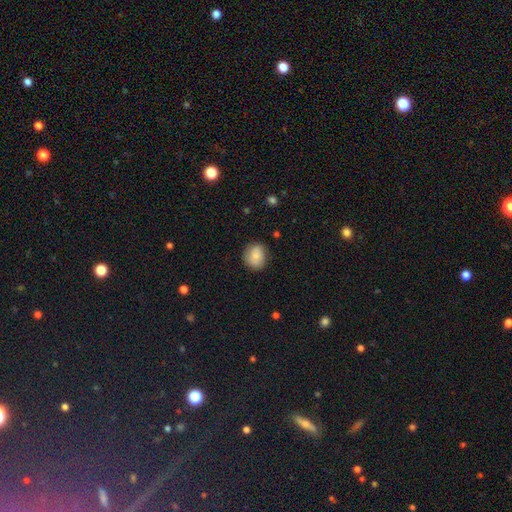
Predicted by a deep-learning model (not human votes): smooth 80%, featured or disk 12%, star or artifact 8%. Down the decision tree: how rounded — round (72%); merging — none (79%).